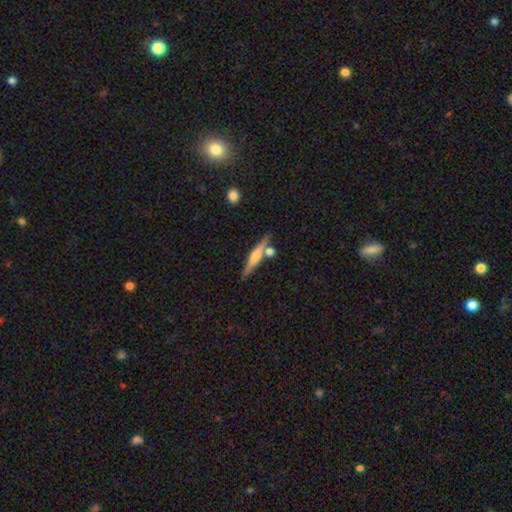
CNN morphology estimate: The model was most divided on "smooth or featured": featured or disk: 63%, smooth: 30%, star or artifact: 7%. More confident: edge-on disk — yes (97%); merging — none (77%); edge-on bulge — rounded (71%).